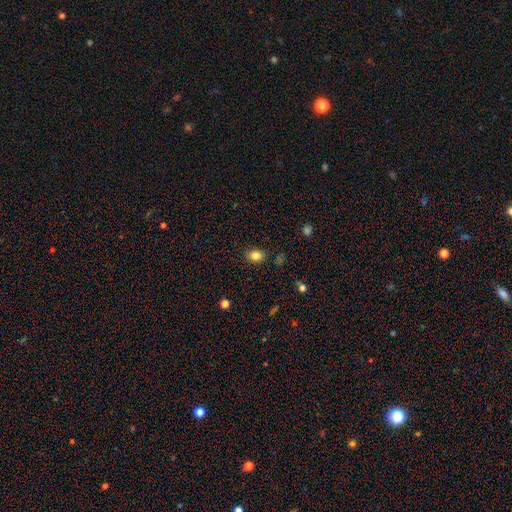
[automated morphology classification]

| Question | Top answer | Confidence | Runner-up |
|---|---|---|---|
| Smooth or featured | smooth | 82% | star or artifact (11%) |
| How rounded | in between | 73% | round (26%) |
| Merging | none | 86% | minor disturbance (10%) |